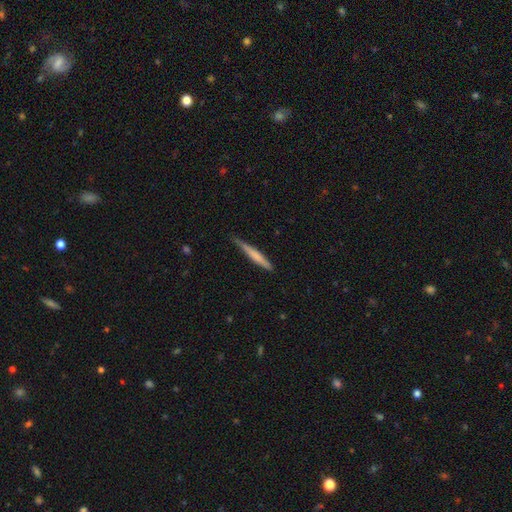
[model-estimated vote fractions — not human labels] Smooth or featured?
  - smooth: 61% *
  - featured or disk: 34%
  - star or artifact: 5%
How rounded?
  - cigar-shaped: 96% *
  - in between: 3%
  - round: 1%
Merging?
  - none: 77% *
  - minor disturbance: 19%
  - major disturbance: 2%
  - merger: 1%